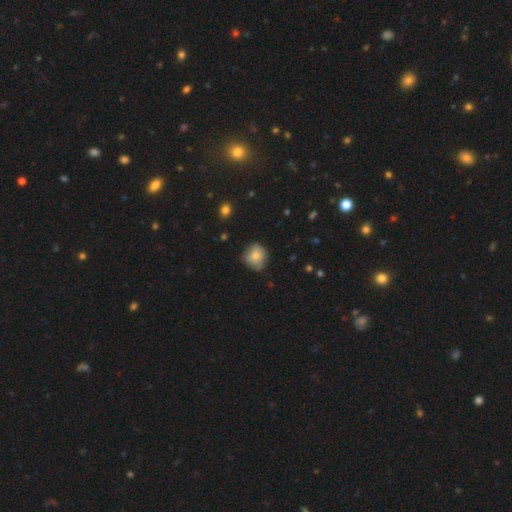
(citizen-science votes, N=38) Q: Smooth or featured?
A: smooth (84%); runner-up: featured or disk (11%)
Q: How rounded?
A: round (69%); runner-up: in between (31%)
Q: Merging?
A: none (78%); runner-up: minor disturbance (22%)